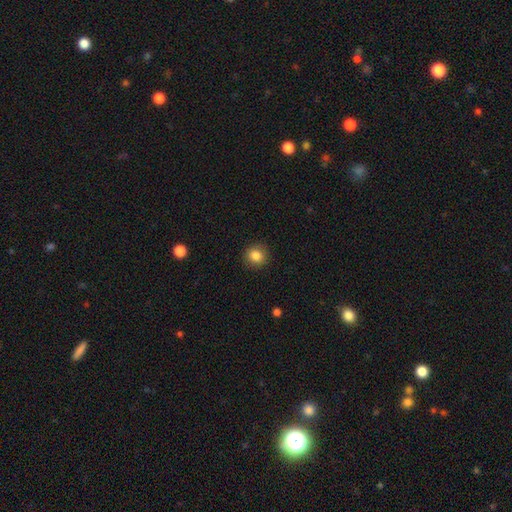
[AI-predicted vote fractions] This is clearly a smooth galaxy (85%). How rounded: clearly round (86%). Merging: clearly none (89%).